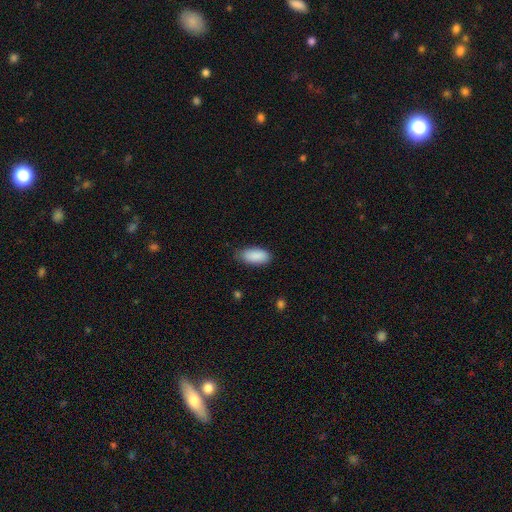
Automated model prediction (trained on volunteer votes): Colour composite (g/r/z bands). It shows a smooth galaxy with no disk features (90%) that is in between round and cigar-shaped (90%). Merging: none (79%).